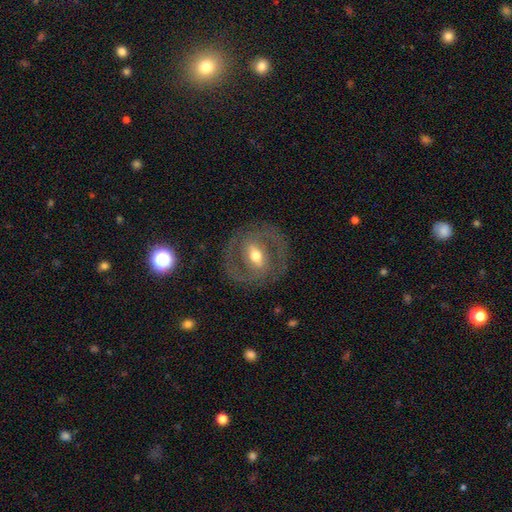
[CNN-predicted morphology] Smooth or featured?
  - featured or disk: 76% *
  - smooth: 18%
  - star or artifact: 6%
Edge-on disk?
  - no: 94% *
  - yes: 6%
Bar?
  - strong: 45% *
  - weak: 37%
  - no: 18%
Spiral arms?
  - yes: 64% *
  - no: 36%
Bulge size?
  - moderate: 71% *
  - small: 18%
  - large: 9%
  - dominant: 1%
  - none: 1%
Merging?
  - none: 80% *
  - minor disturbance: 11%
  - major disturbance: 8%
  - merger: 1%